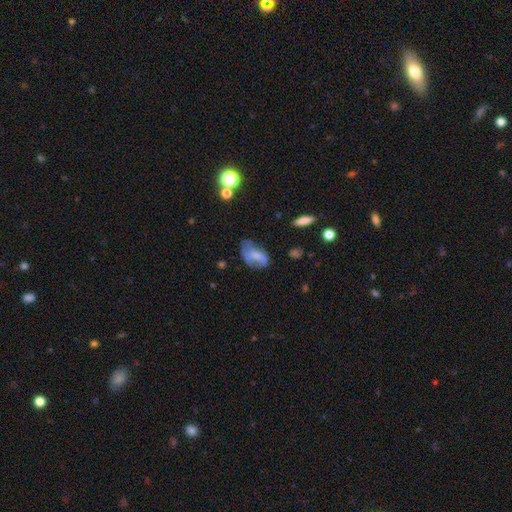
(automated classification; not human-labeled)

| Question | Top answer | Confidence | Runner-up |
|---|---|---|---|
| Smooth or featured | smooth | 53% | featured or disk (37%) |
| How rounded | in between | 89% | round (8%) |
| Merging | none | 37% | minor disturbance (31%) |